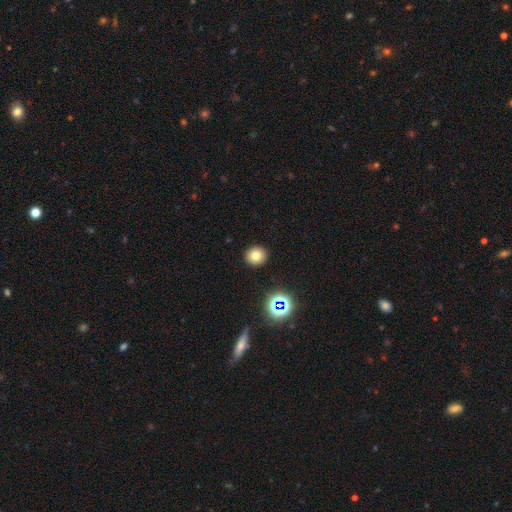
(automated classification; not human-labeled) Smooth or featured: smooth — 75% (star or artifact — 16%)
How rounded: round — 89% (in between — 10%)
Merging: none — 92% (minor disturbance — 5%)